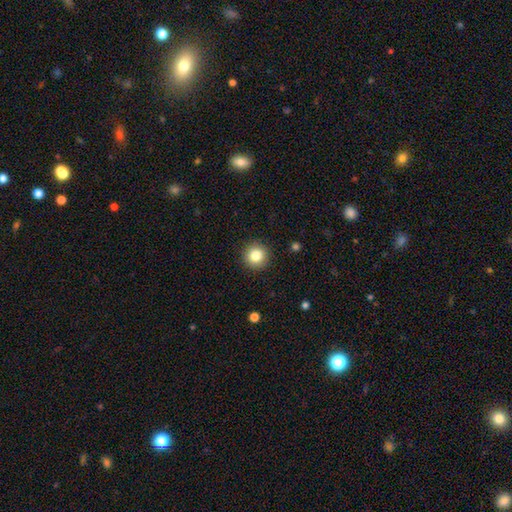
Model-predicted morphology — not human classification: A smooth galaxy with no disk features (82%) that is round (95%).

Vote fractions:
- Smooth or featured? smooth: 82% / star or artifact: 11% / featured or disk: 7%
- How rounded? round: 95% / in between: 4% / cigar-shaped: 1%
- Merging? none: 92% / minor disturbance: 5% / major disturbance: 2% / merger: 1%